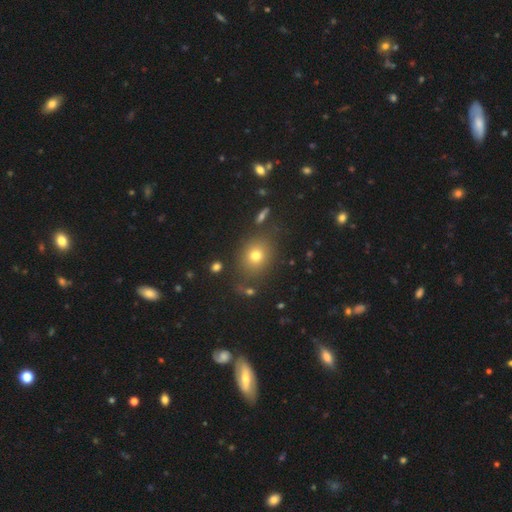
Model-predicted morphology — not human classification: A smooth galaxy with no disk features (74%) that is round (62%).

Vote fractions:
- Smooth or featured? smooth: 74% / star or artifact: 15% / featured or disk: 11%
- How rounded? round: 62% / in between: 36% / cigar-shaped: 1%
- Merging? none: 79% / minor disturbance: 11% / major disturbance: 5% / merger: 5%